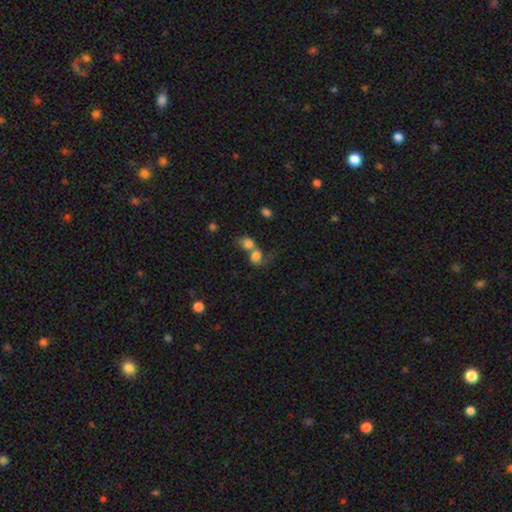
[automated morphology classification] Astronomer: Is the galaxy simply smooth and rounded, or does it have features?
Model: smooth — 75%.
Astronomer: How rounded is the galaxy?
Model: round — 58% (runner-up: in between, 41%).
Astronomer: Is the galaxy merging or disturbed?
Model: merger — 68%.